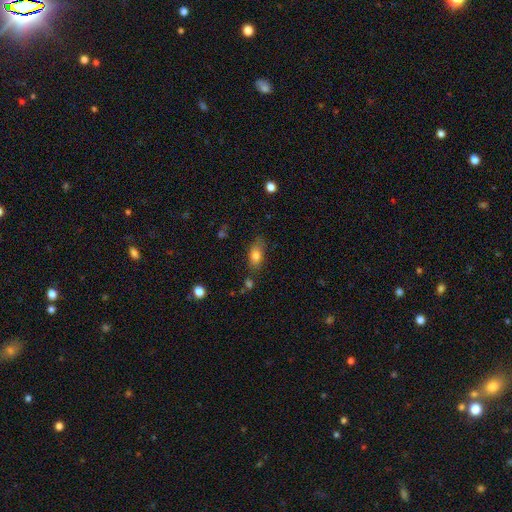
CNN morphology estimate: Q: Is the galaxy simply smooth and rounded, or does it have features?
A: smooth — 76%.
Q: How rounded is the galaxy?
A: in between — 81%.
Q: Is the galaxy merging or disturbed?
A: none — 72%.